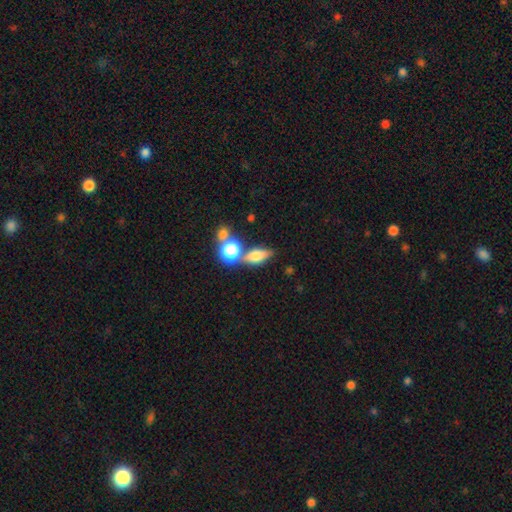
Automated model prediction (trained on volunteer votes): smooth_or_featured: smooth (p=0.61) [alt: featured or disk p=0.25]
how_rounded: in between (p=0.55) [alt: round p=0.23]
merging: none (p=0.61) [alt: merger p=0.21]